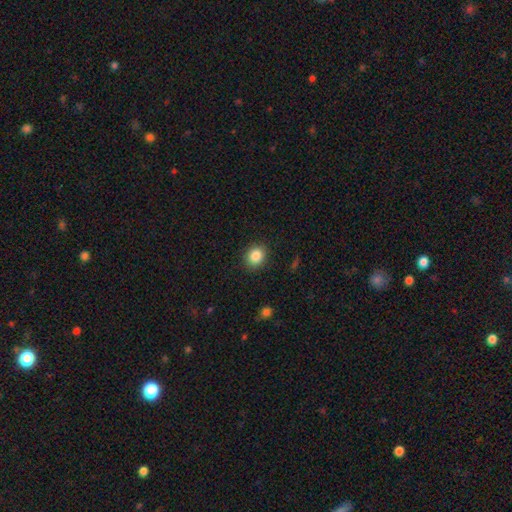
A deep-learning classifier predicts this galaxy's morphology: Smooth or featured? smooth (86%)
How rounded? round (61%)
Merging? none (88%)